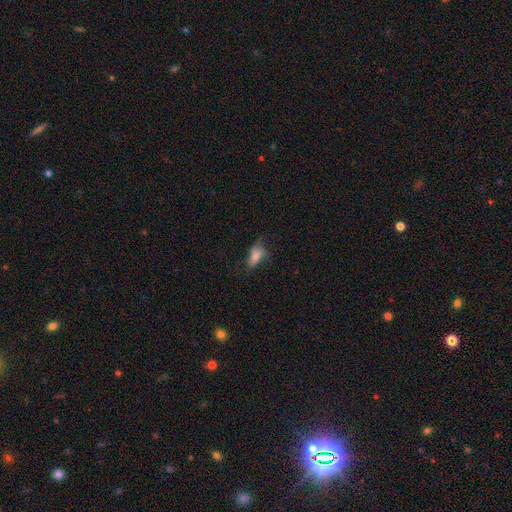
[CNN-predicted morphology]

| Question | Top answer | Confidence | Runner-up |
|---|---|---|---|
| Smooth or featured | smooth | 67% | featured or disk (22%) |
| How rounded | in between | 82% | cigar-shaped (12%) |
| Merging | none | 48% | minor disturbance (29%) |